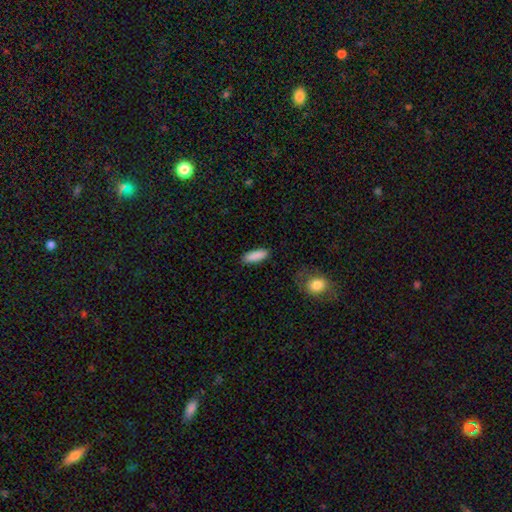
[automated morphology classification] A smooth galaxy with no disk features (89%) that is in between round and cigar-shaped (55%).

Vote fractions:
- Smooth or featured? smooth: 89% / star or artifact: 7% / featured or disk: 4%
- How rounded? in between: 55% / cigar-shaped: 43% / round: 2%
- Merging? none: 86% / minor disturbance: 10% / major disturbance: 3% / merger: 2%